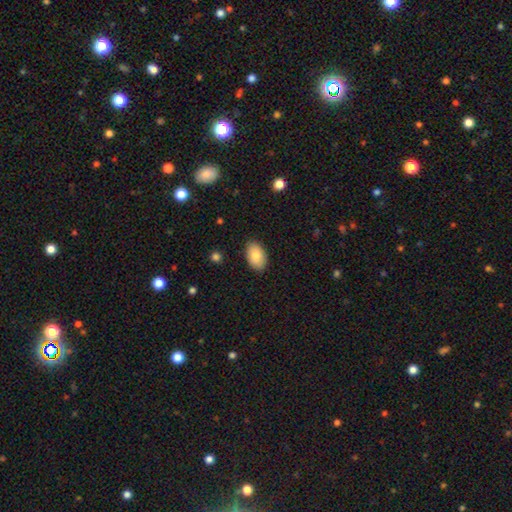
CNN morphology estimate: The model was most divided on "merging": none: 87%, minor disturbance: 10%, major disturbance: 2%, merger: 1%. More confident: how rounded — in between (93%); smooth or featured — smooth (86%).